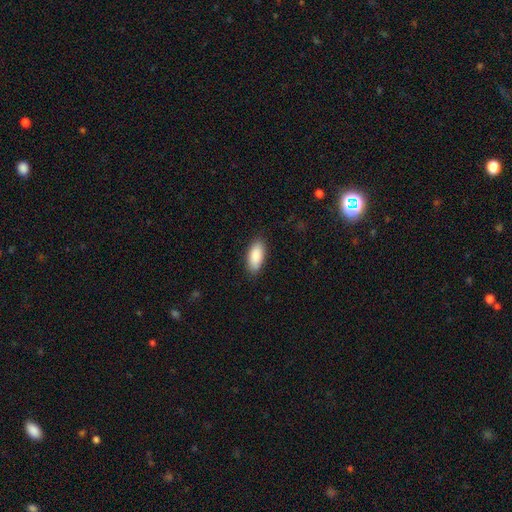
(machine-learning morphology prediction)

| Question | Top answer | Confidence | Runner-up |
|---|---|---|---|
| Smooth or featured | smooth | 89% | star or artifact (6%) |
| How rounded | in between | 88% | cigar-shaped (10%) |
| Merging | none | 87% | minor disturbance (10%) |